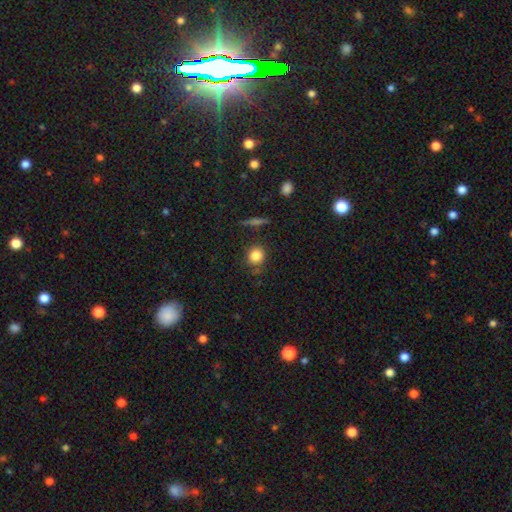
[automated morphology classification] Q: Smooth or featured?
A: smooth (83%); runner-up: star or artifact (11%)
Q: How rounded?
A: round (86%); runner-up: in between (13%)
Q: Merging?
A: none (80%); runner-up: minor disturbance (13%)